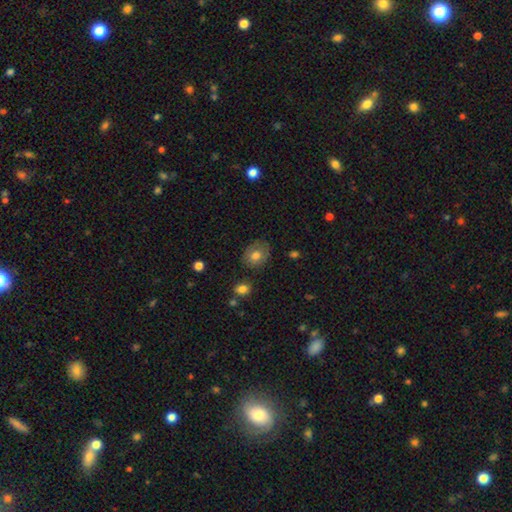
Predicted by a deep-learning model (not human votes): A smooth galaxy with no disk features (74%) that is round (51%).

Vote fractions:
- Smooth or featured? smooth: 74% / featured or disk: 17% / star or artifact: 9%
- How rounded? round: 51% / in between: 48% / cigar-shaped: 1%
- Merging? none: 75% / minor disturbance: 18% / major disturbance: 5% / merger: 2%